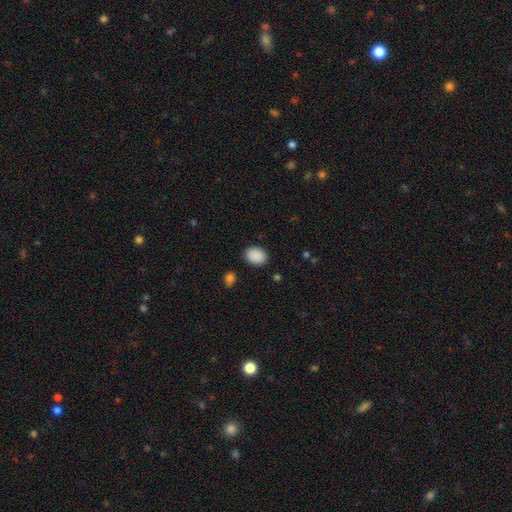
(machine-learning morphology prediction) smooth_or_featured: smooth (p=0.90) [alt: star or artifact p=0.08]
how_rounded: in between (p=0.63) [alt: round p=0.36]
merging: none (p=0.87) [alt: minor disturbance p=0.09]